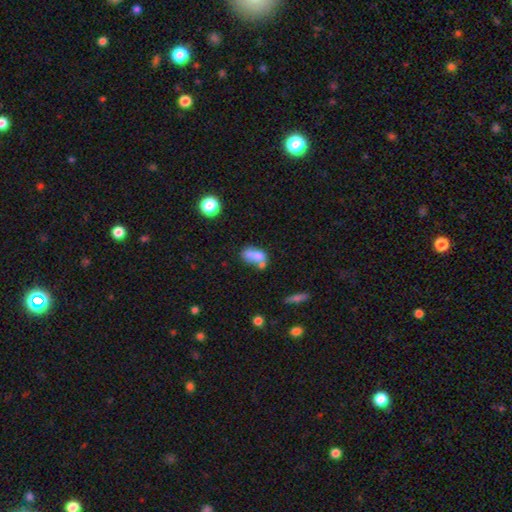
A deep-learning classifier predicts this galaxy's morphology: Overall: smooth (67%). How rounded: in between (82%). Merging: merger (45%; none 28%).